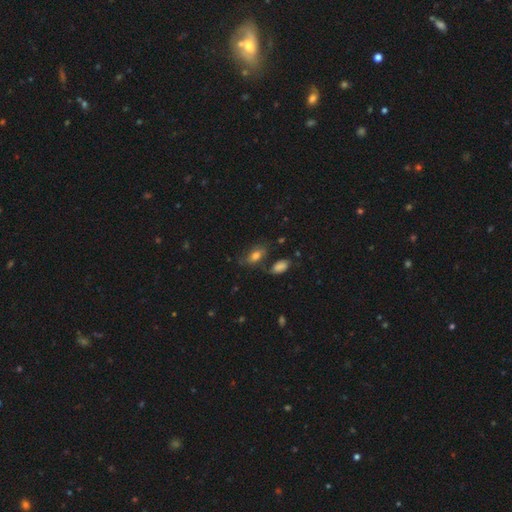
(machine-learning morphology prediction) Q: Smooth or featured?
A: smooth (68%); runner-up: featured or disk (22%)
Q: How rounded?
A: in between (88%); runner-up: round (8%)
Q: Merging?
A: none (55%); runner-up: minor disturbance (23%)